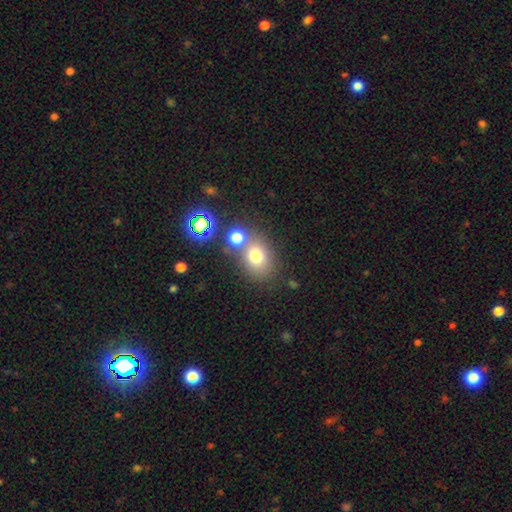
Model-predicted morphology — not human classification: type=smooth (72%); roundness=round (53%); merging=none (59%).